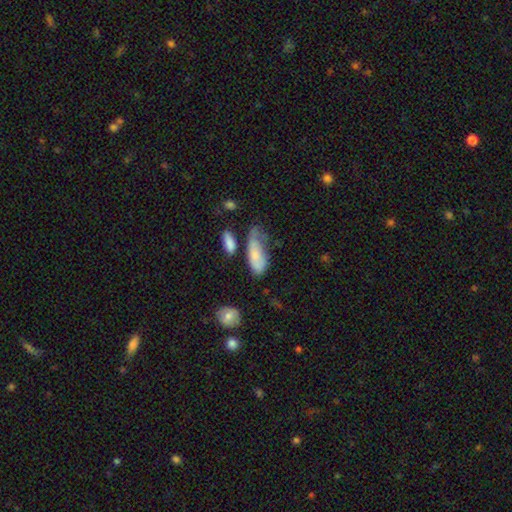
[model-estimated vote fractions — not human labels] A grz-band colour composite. It shows a smooth galaxy with no disk features (71%) that is in between round and cigar-shaped (75%). Merging: minor disturbance (36%).